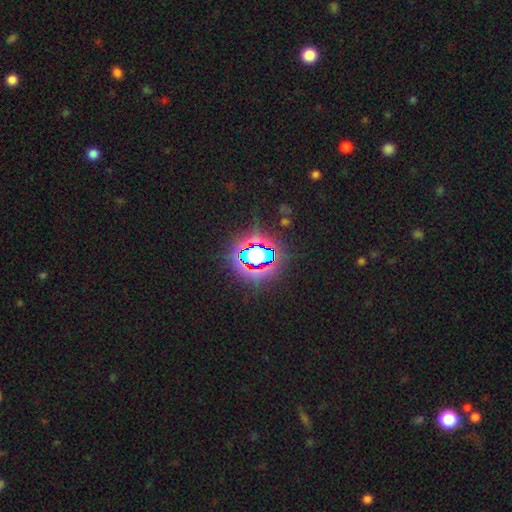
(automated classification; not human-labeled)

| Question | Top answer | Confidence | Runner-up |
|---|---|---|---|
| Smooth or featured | star or artifact | 67% | smooth (21%) |